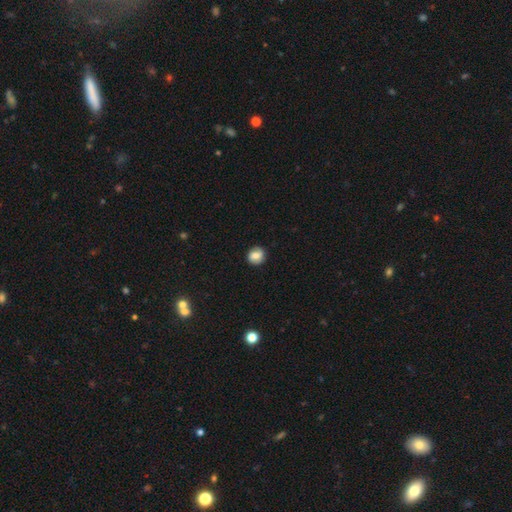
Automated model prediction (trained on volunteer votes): Smooth or featured: smooth — 72% (featured or disk — 18%)
How rounded: round — 81% (in between — 18%)
Merging: none — 84% (minor disturbance — 11%)